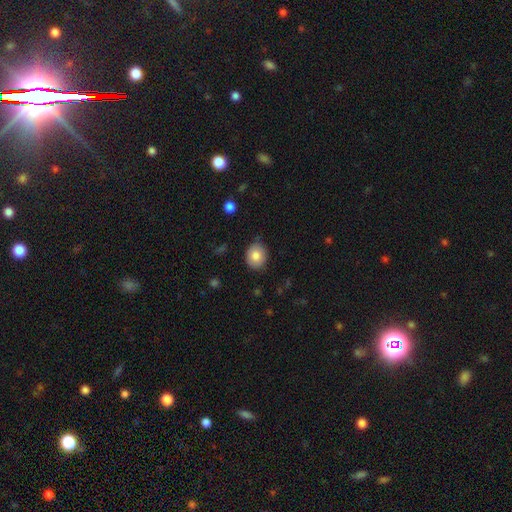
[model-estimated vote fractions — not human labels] Smooth or featured?
  - smooth: 83% *
  - featured or disk: 9%
  - star or artifact: 8%
How rounded?
  - round: 67% *
  - in between: 32%
  - cigar-shaped: 1%
Merging?
  - none: 81% *
  - minor disturbance: 15%
  - major disturbance: 3%
  - merger: 1%